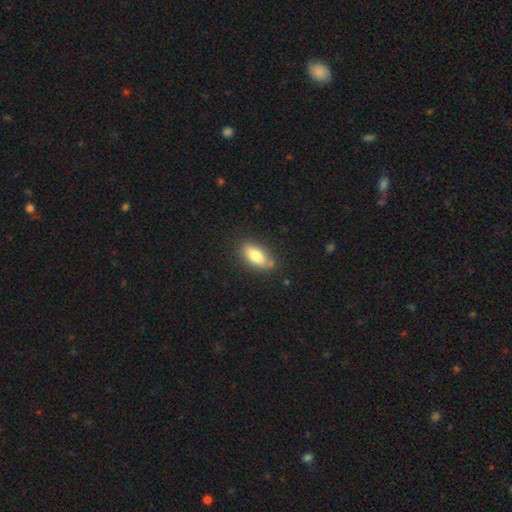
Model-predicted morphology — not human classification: A smooth galaxy with no disk features (80%) that is in between round and cigar-shaped (83%).

Vote fractions:
- Smooth or featured? smooth: 80% / featured or disk: 13% / star or artifact: 7%
- How rounded? in between: 83% / cigar-shaped: 14% / round: 3%
- Merging? none: 75% / minor disturbance: 18% / merger: 4% / major disturbance: 4%